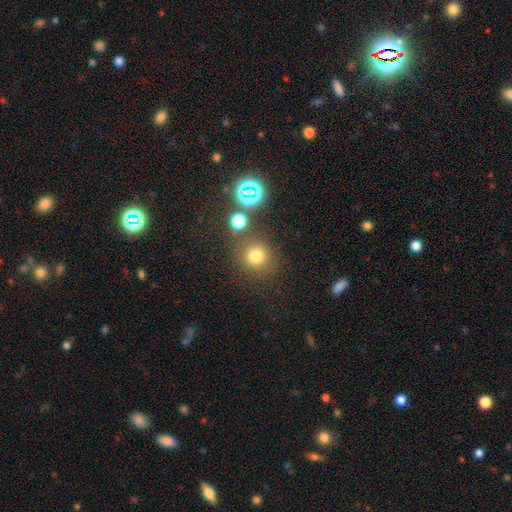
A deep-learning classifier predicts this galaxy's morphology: This is likely a smooth galaxy (74%). How rounded: clearly round (89%). Merging: likely none (76%).